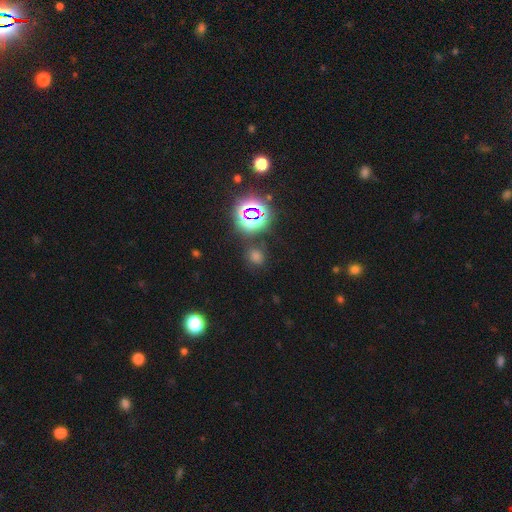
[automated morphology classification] Smooth or featured: smooth — 48% (star or artifact — 45%)
Merging: none — 81% (minor disturbance — 10%)